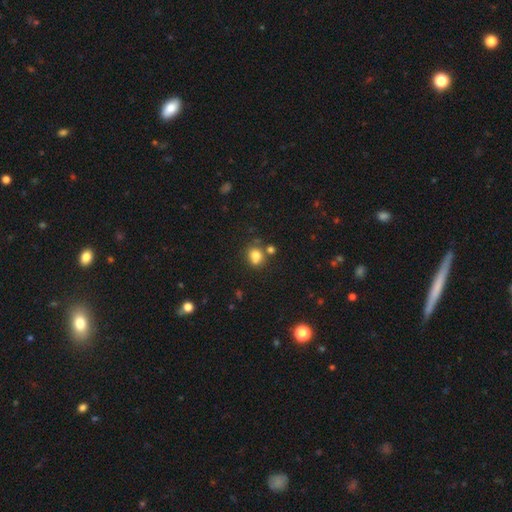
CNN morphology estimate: type=smooth (78%); roundness=round (67%); merging=none (57%).